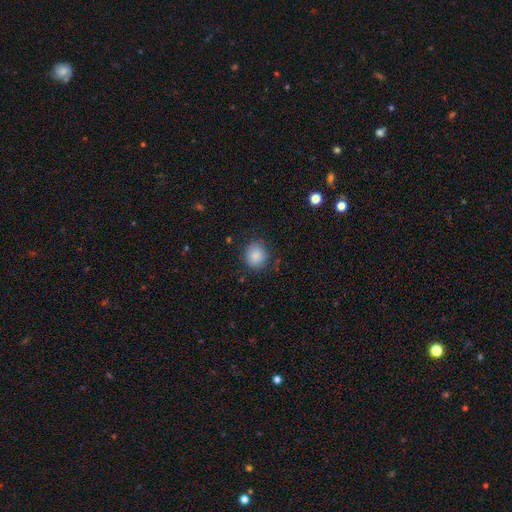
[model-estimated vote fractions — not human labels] A smooth galaxy with no disk features (86%) that is round (82%).

Vote fractions:
- Smooth or featured? smooth: 86% / star or artifact: 9% / featured or disk: 5%
- How rounded? round: 82% / in between: 17% / cigar-shaped: 1%
- Merging? none: 83% / minor disturbance: 12% / major disturbance: 4% / merger: 1%